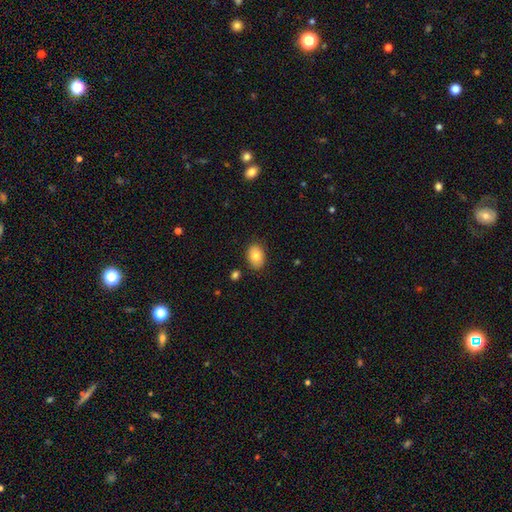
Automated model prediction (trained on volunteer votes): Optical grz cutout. It shows a smooth galaxy with no disk features (82%) that is in between round and cigar-shaped (83%). Merging: none (84%).